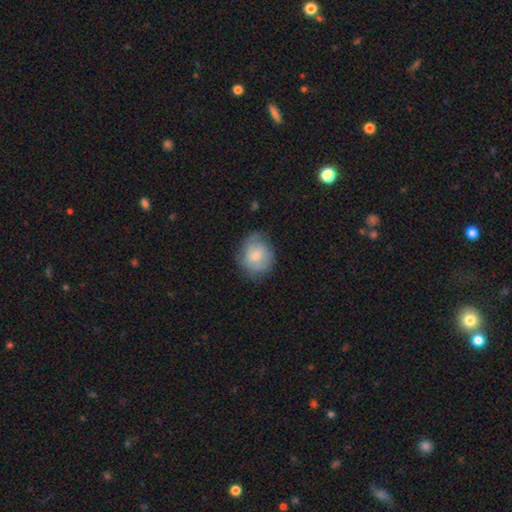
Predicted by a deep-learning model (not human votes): The model was most divided on "how rounded": round: 55%, in between: 44%, cigar-shaped: 1%. More confident: smooth or featured — smooth (69%); merging — none (64%).